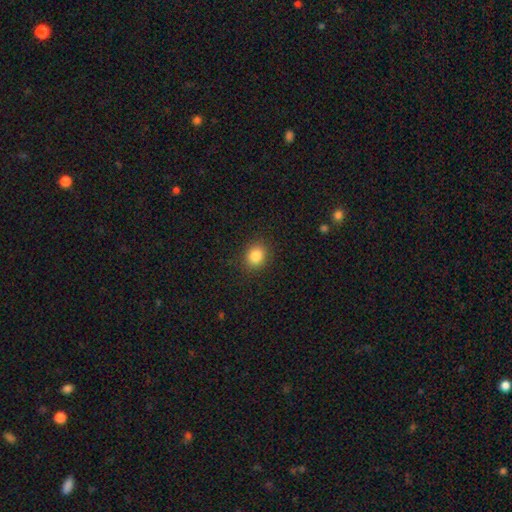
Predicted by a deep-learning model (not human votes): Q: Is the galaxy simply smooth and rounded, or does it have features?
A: smooth — 83%.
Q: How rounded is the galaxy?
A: round — 66%.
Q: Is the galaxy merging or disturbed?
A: none — 89%.